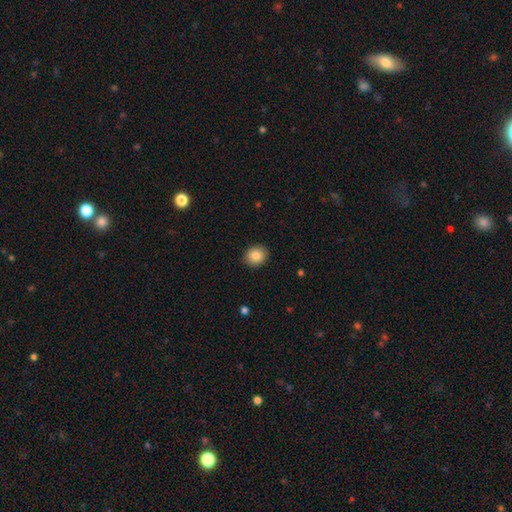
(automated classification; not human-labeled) Smooth or featured? smooth (86%)
How rounded? round (65%)
Merging? none (89%)